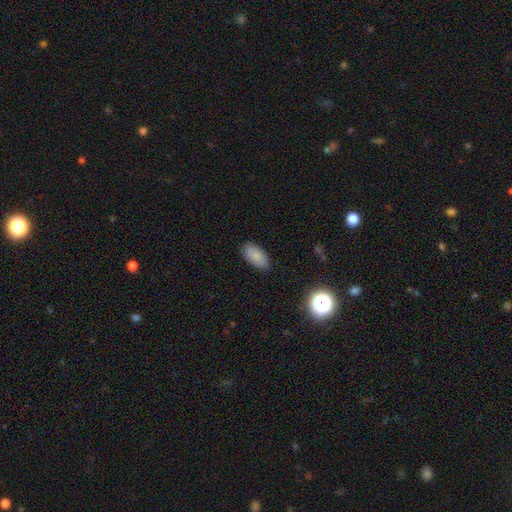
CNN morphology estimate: This appears to be a smooth galaxy with no disk features (83%) that is in between round and cigar-shaped (93%). Merging: none (82%).